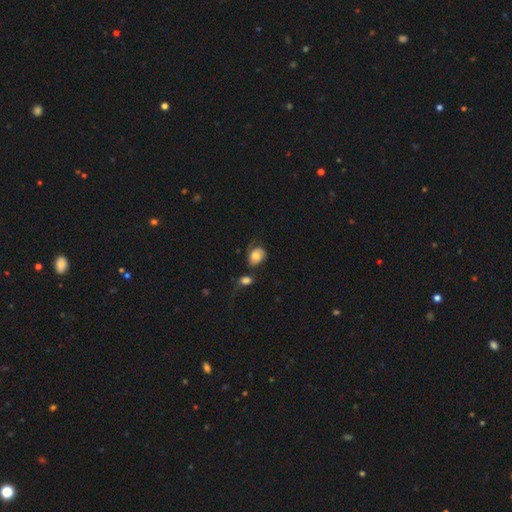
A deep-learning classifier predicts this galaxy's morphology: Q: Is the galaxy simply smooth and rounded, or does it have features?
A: smooth — 53%.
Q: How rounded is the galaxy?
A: in between — 59%.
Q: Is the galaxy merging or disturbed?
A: none — 41%.